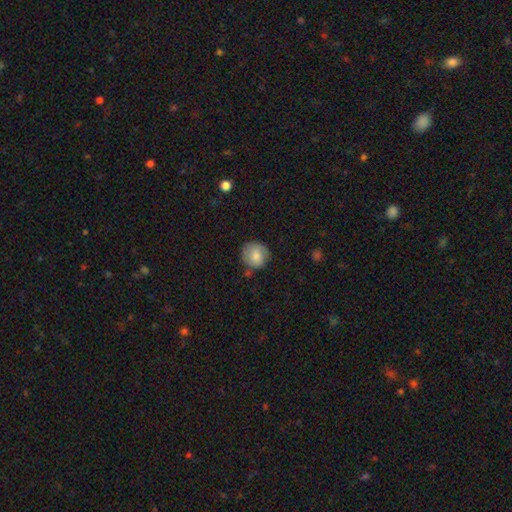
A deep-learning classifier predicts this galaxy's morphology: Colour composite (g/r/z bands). It shows a smooth galaxy with no disk features (78%) that is round (88%). Merging: none (71%).